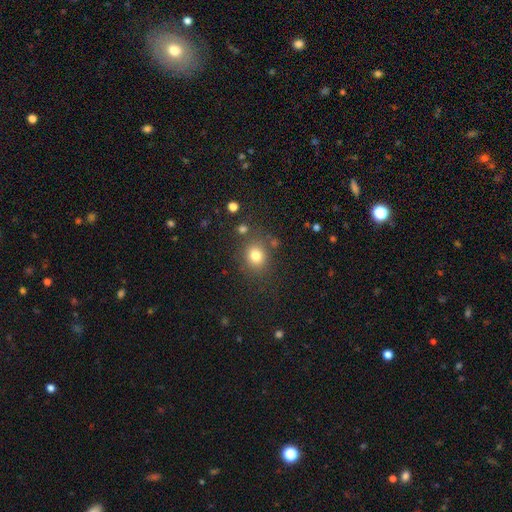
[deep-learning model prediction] This appears to be a smooth galaxy with no disk features (79%) that is round (71%). Merging: none (78%).